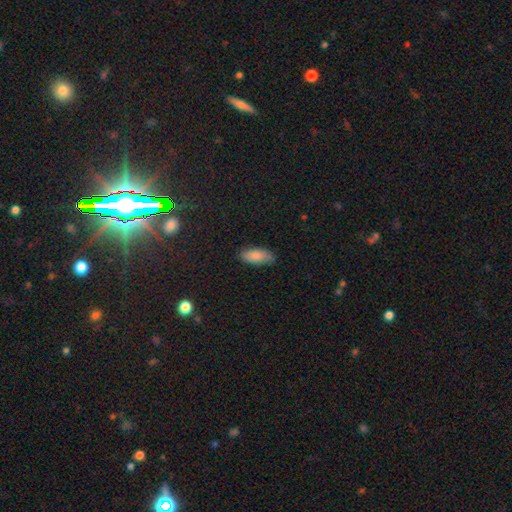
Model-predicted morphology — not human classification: Q: Smooth or featured?
A: smooth (86%); runner-up: featured or disk (7%)
Q: How rounded?
A: in between (85%); runner-up: cigar-shaped (13%)
Q: Merging?
A: none (80%); runner-up: minor disturbance (16%)